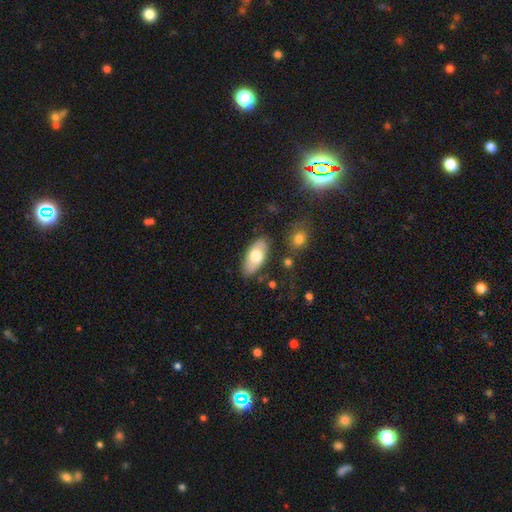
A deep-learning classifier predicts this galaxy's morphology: Smooth or featured: smooth — 68% (featured or disk — 26%)
How rounded: in between — 91% (cigar-shaped — 6%)
Merging: none — 82% (minor disturbance — 12%)